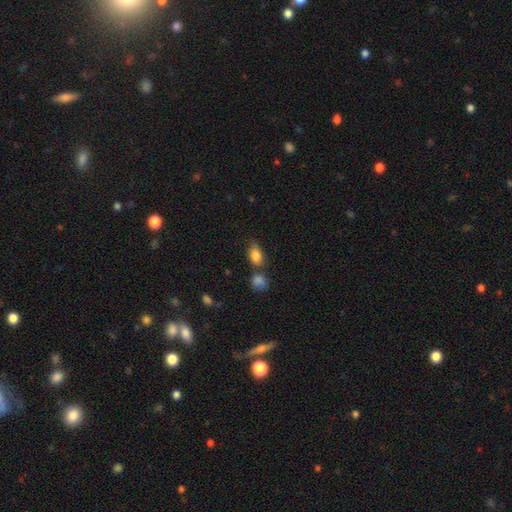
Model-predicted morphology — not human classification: type=smooth (84%); roundness=in between (82%); merging=none (50%).